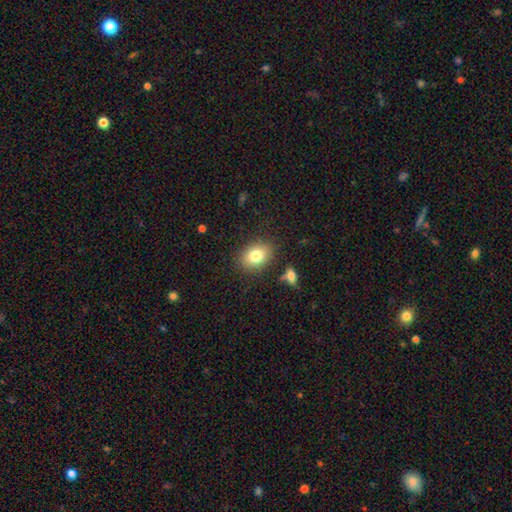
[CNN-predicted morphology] A smooth galaxy with no disk features (80%) that is in between round and cigar-shaped (67%). Merging: none (83%).